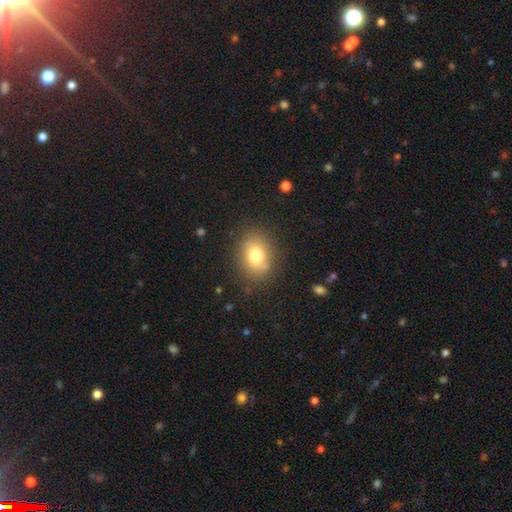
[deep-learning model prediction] A smooth galaxy with no disk features (77%) that is in between round and cigar-shaped (59%). Merging: none (82%).